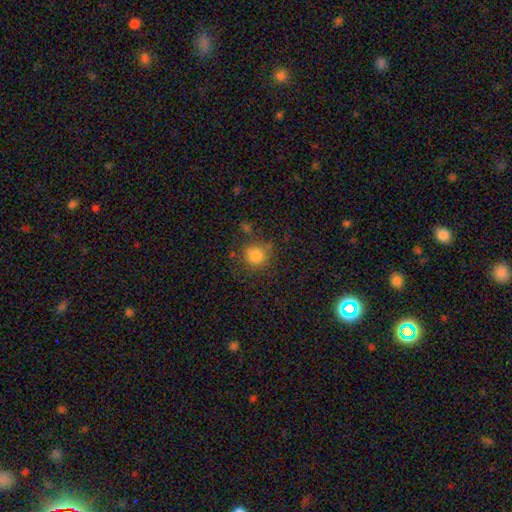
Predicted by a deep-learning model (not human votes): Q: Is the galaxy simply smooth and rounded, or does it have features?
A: smooth — 80%.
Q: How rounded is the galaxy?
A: round — 88%.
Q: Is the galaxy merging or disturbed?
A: none — 72%.